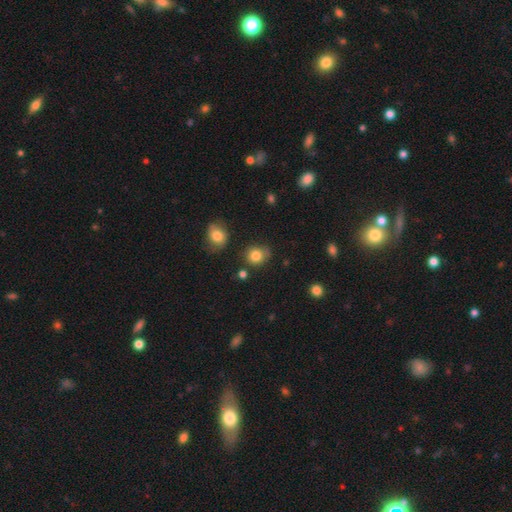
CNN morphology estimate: smooth_or_featured: smooth (p=0.82) [alt: star or artifact p=0.11]
how_rounded: round (p=0.75) [alt: in between p=0.24]
merging: none (p=0.67) [alt: minor disturbance p=0.22]